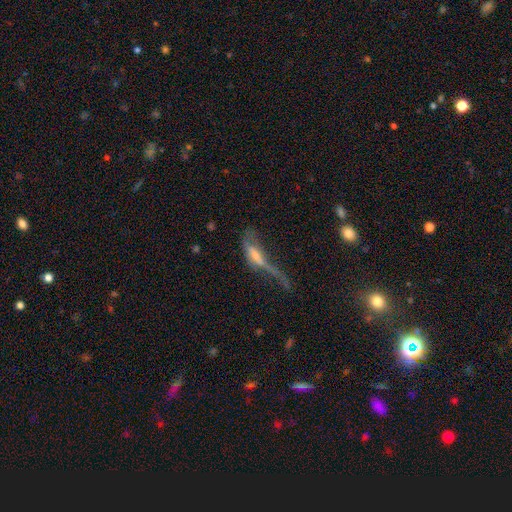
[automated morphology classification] This is possibly a featured or disk galaxy (53%). It is likely not viewed edge-on (68%). Merging: possibly major disturbance (57%).